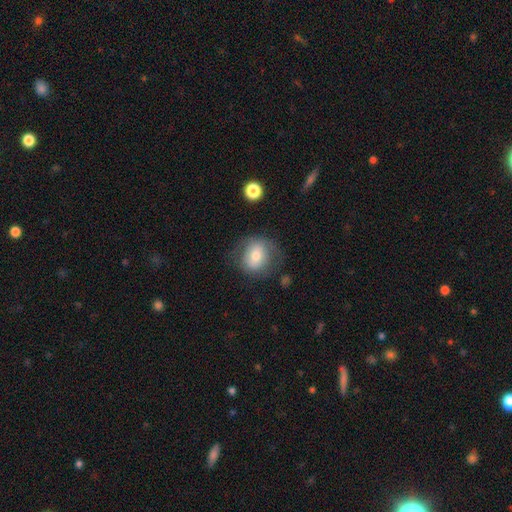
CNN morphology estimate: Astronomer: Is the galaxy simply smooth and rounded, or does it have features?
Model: smooth — 63%.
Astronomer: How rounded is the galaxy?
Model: round — 65%.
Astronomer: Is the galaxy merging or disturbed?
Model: none — 66%.